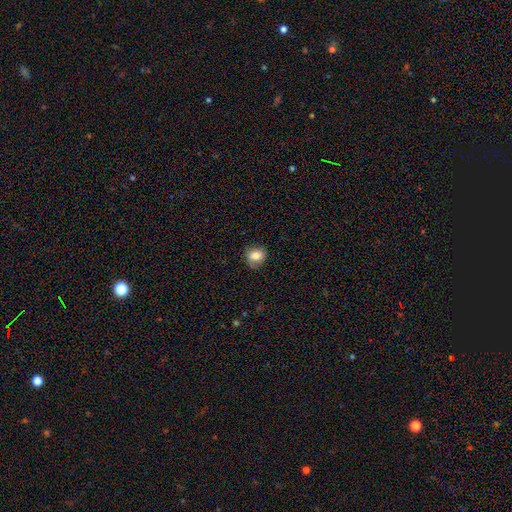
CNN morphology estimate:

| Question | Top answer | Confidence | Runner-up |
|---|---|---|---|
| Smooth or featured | smooth | 82% | star or artifact (10%) |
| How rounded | round | 67% | in between (32%) |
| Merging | none | 77% | minor disturbance (18%) |